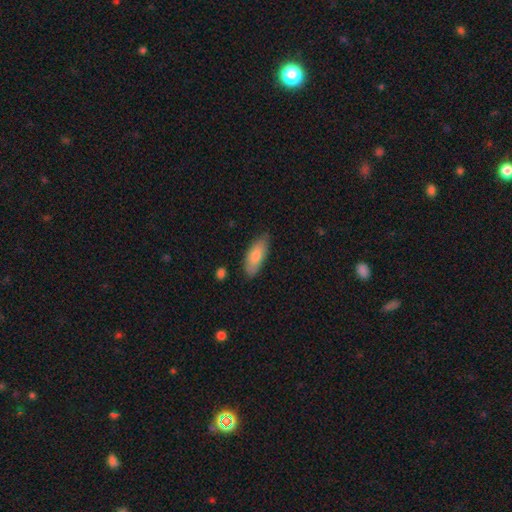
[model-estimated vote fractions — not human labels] The model was most divided on "merging": none: 76%, minor disturbance: 19%, major disturbance: 3%, merger: 2%. More confident: how rounded — in between (80%); smooth or featured — smooth (79%).